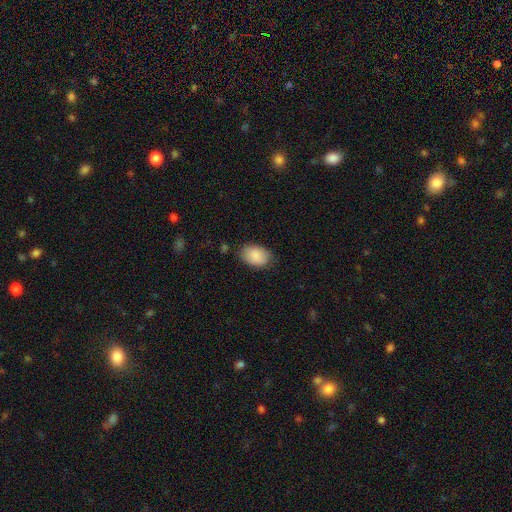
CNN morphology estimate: This appears to be a smooth galaxy with no disk features (89%) that is in between round and cigar-shaped (87%). Merging: none (77%).